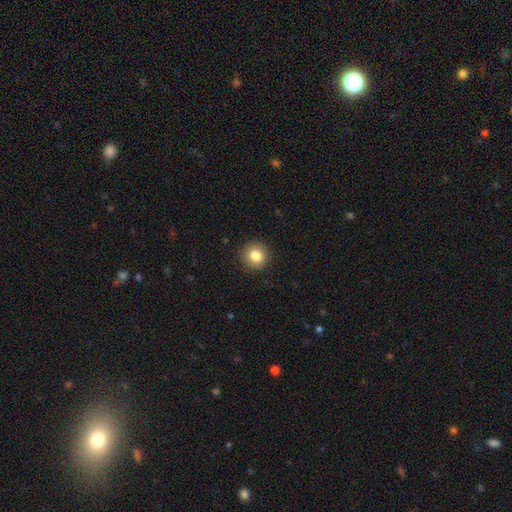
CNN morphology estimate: Overall: smooth (83%). How rounded: round (93%). Merging: none (91%).